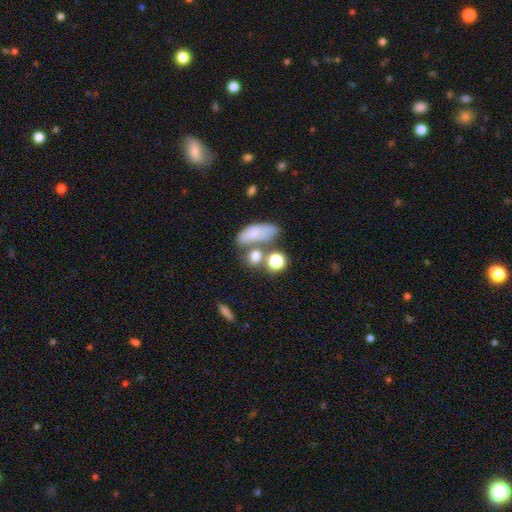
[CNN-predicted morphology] smooth 72%, star or artifact 15%, featured or disk 14%. Down the decision tree: how rounded — in between (48%); merging — none (47%).